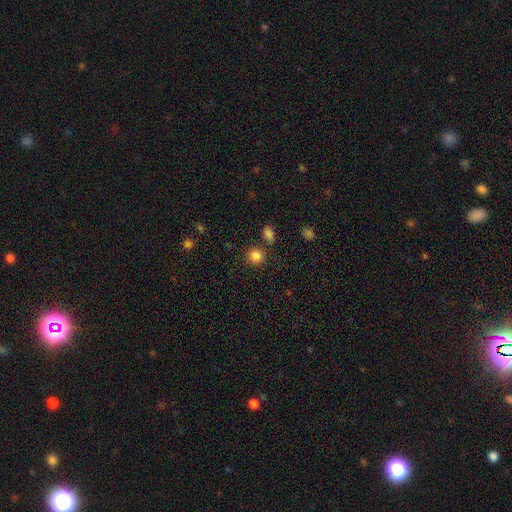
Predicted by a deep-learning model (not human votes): A smooth galaxy with no disk features (84%) that is round (85%).

Vote fractions:
- Smooth or featured? smooth: 84% / star or artifact: 12% / featured or disk: 4%
- How rounded? round: 85% / in between: 14% / cigar-shaped: 1%
- Merging? none: 78% / merger: 10% / minor disturbance: 9% / major disturbance: 3%